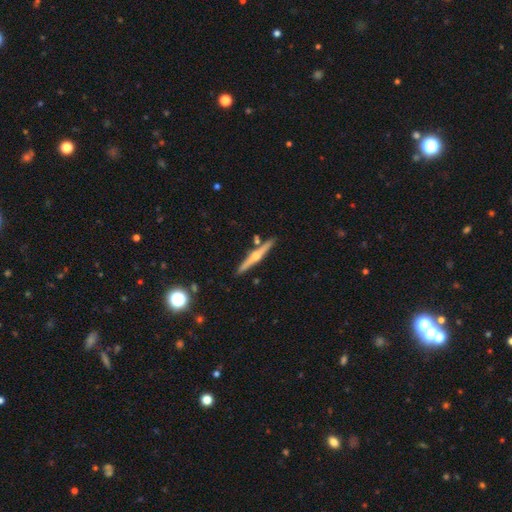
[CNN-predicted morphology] A featured or disk galaxy (75%) viewed edge-on (98%) with a rounded central bulge (92%). Merging: none (87%).